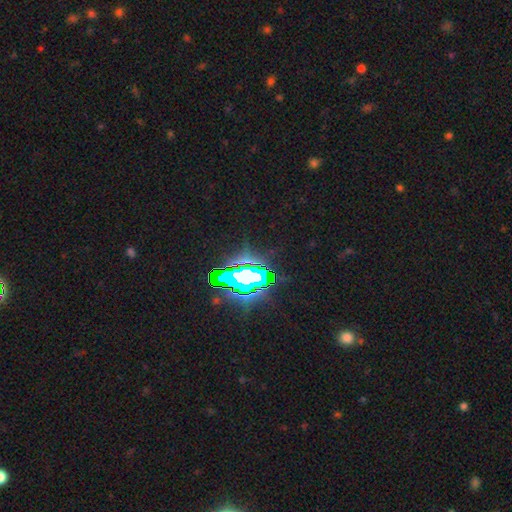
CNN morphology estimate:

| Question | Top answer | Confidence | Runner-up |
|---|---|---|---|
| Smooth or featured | star or artifact | 82% | smooth (11%) |